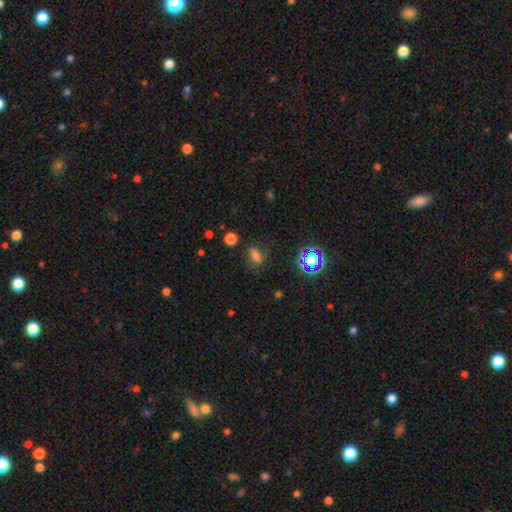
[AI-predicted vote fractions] A smooth galaxy with no disk features (61%) that is in between round and cigar-shaped (71%). Merging: none (69%).